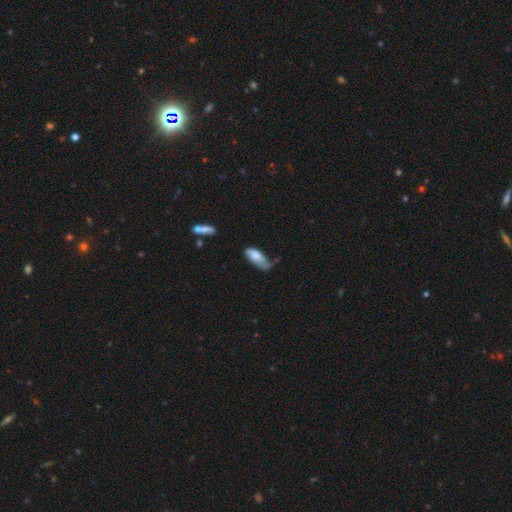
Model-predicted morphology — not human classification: A smooth galaxy with no disk features (72%) that is in between round and cigar-shaped (84%). Merging: minor disturbance (43%).